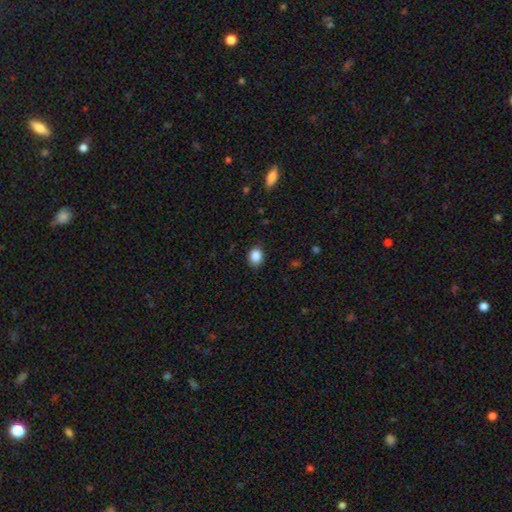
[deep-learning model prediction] A smooth galaxy with no disk features (87%) that is round (57%). Merging: none (85%).